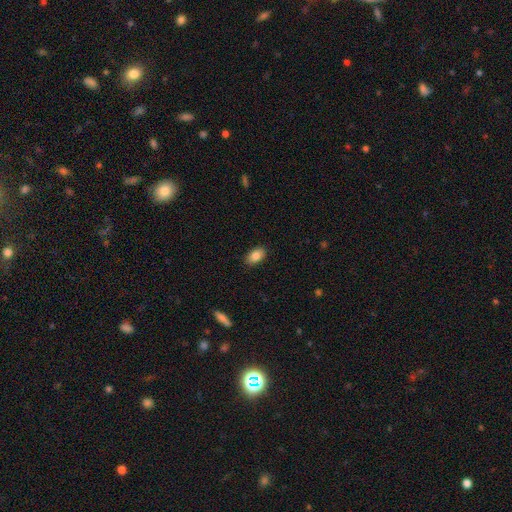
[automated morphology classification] Overall: smooth (85%). How rounded: in between (91%). Merging: none (88%).